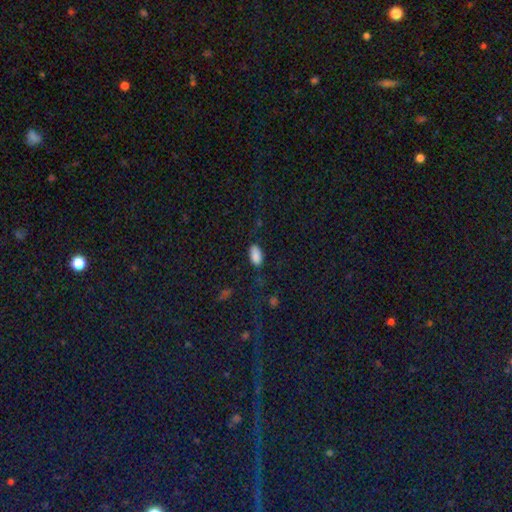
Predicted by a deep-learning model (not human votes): Smooth or featured: smooth — 87% (star or artifact — 9%)
How rounded: in between — 94% (cigar-shaped — 3%)
Merging: none — 78% (minor disturbance — 16%)